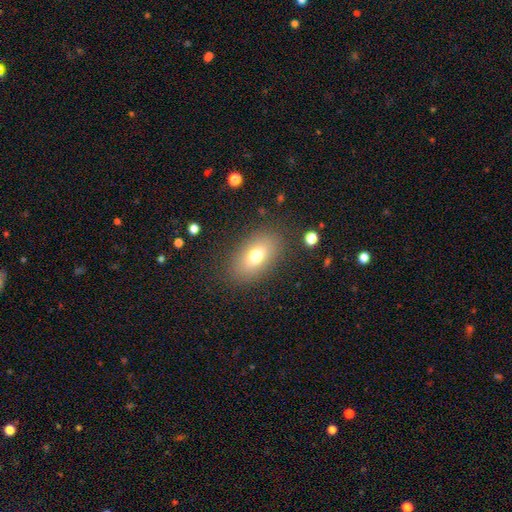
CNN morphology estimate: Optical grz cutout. It shows a smooth galaxy with no disk features (73%) that is in between round and cigar-shaped (86%). Merging: none (84%).